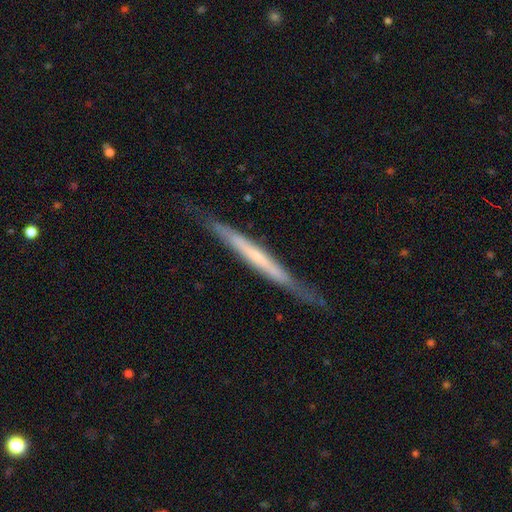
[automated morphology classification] A featured or disk galaxy (58%) viewed edge-on (94%) with no central bulge (76%). Merging: none (80%).